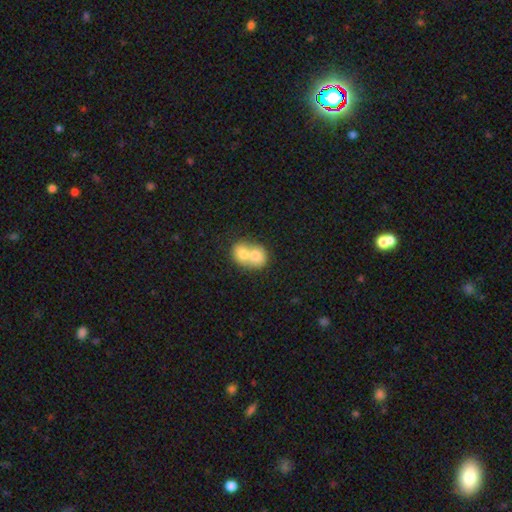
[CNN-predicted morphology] Smooth or featured? Predicted: smooth (p=0.72). How rounded? Predicted: round (p=0.57). Merging? Predicted: merger (p=0.77).